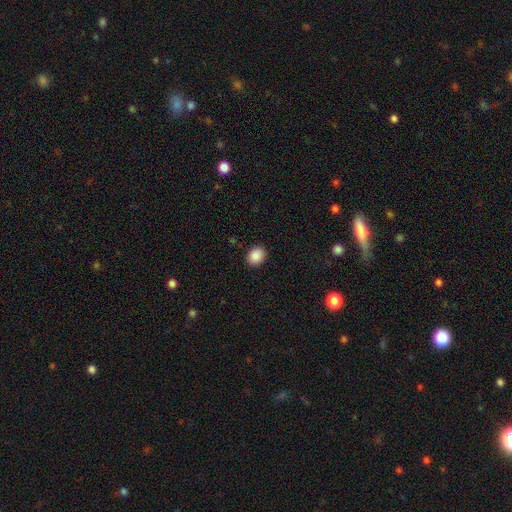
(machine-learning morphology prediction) smooth-or-featured: smooth: 89% | star or artifact: 8% | featured or disk: 3%
  how-rounded: in between: 52% | round: 47% | cigar-shaped: 1%
  merging: none: 90% | minor disturbance: 7% | major disturbance: 2% | merger: 1%